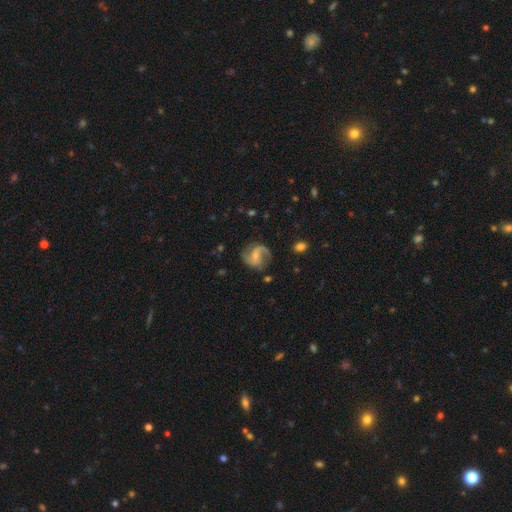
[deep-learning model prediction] Morphology: type=featured or disk (85%); edge-on=no (98%); bar=weak (45%); spiral arms=yes (96%); winding=medium (50%); arm count=2 (90%); bulge=small (58%); merging=none (76%).